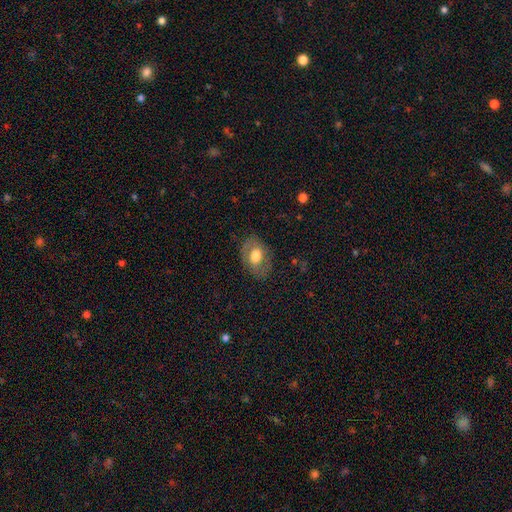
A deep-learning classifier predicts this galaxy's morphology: A smooth galaxy with no disk features (63%) that is in between round and cigar-shaped (78%).

Vote fractions:
- Smooth or featured? smooth: 63% / featured or disk: 29% / star or artifact: 7%
- How rounded? in between: 78% / round: 21% / cigar-shaped: 1%
- Merging? none: 76% / minor disturbance: 16% / major disturbance: 7% / merger: 1%